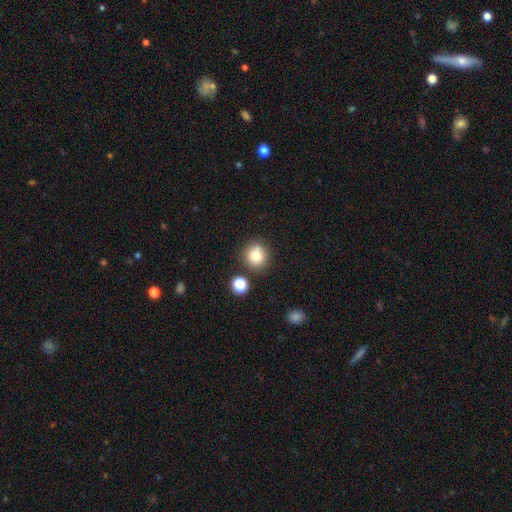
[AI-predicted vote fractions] Smooth or featured?
  - smooth: 78% *
  - star or artifact: 13%
  - featured or disk: 10%
How rounded?
  - round: 90% *
  - in between: 9%
  - cigar-shaped: 1%
Merging?
  - none: 74% *
  - merger: 12%
  - minor disturbance: 11%
  - major disturbance: 3%